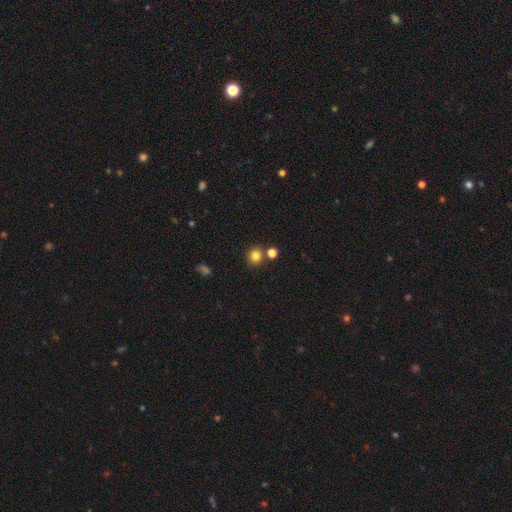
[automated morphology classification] type=smooth (82%); roundness=round (88%); merging=none (75%).